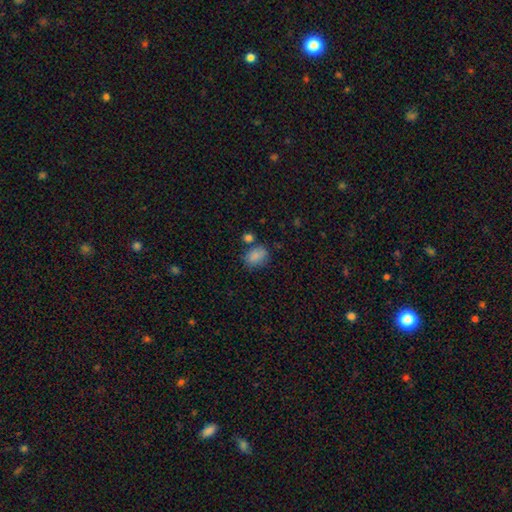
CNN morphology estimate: Smooth or featured? Predicted: smooth (p=0.84). How rounded? Predicted: in between (p=0.64). Merging? Predicted: none (p=0.64).